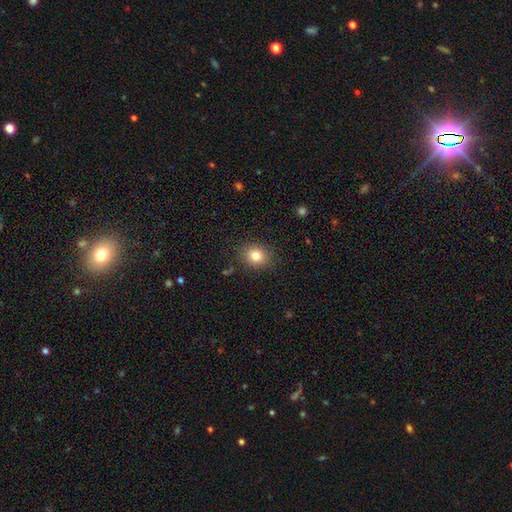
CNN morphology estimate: Smooth or featured?
  - smooth: 82% *
  - star or artifact: 11%
  - featured or disk: 7%
How rounded?
  - round: 64% *
  - in between: 35%
  - cigar-shaped: 1%
Merging?
  - none: 87% *
  - minor disturbance: 9%
  - major disturbance: 3%
  - merger: 1%